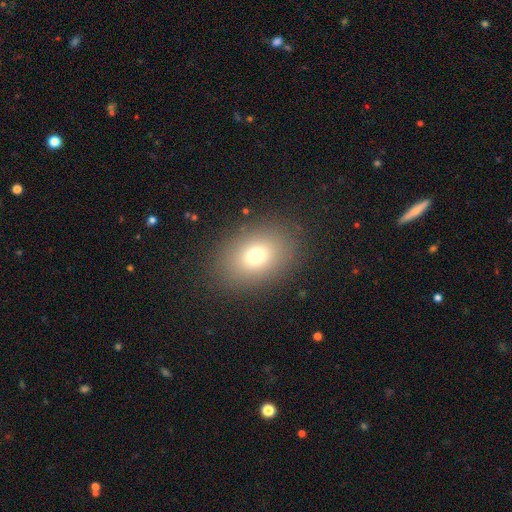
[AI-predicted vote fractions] smooth_or_featured: smooth (p=0.74) [alt: star or artifact p=0.14]
how_rounded: in between (p=0.71) [alt: round p=0.28]
merging: none (p=0.87) [alt: minor disturbance p=0.08]